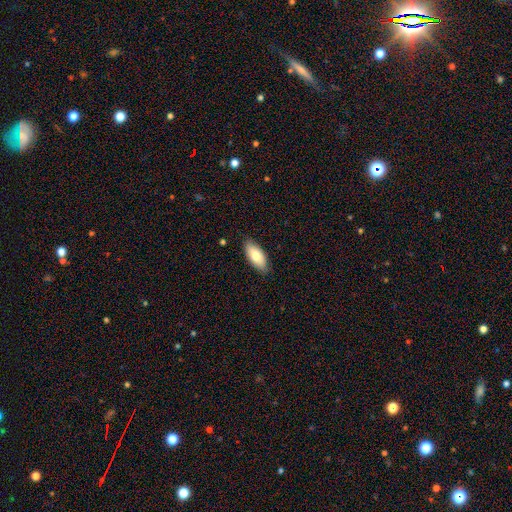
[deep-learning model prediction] The model was most divided on "smooth or featured": smooth: 77%, featured or disk: 17%, star or artifact: 6%. More confident: how rounded — in between (89%); merging — none (86%).